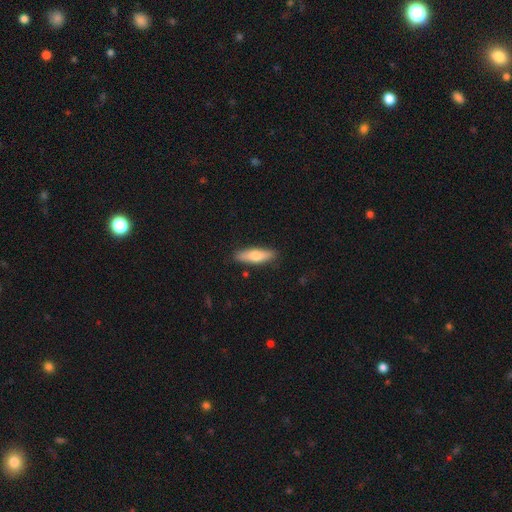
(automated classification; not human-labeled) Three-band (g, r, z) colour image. It shows a smooth galaxy with no disk features (65%) that is cigar-shaped (61%). Merging: none (87%).